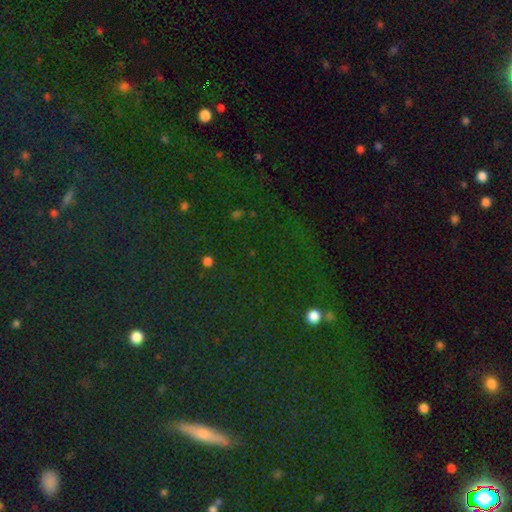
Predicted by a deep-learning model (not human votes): Smooth or featured? star or artifact (70%)